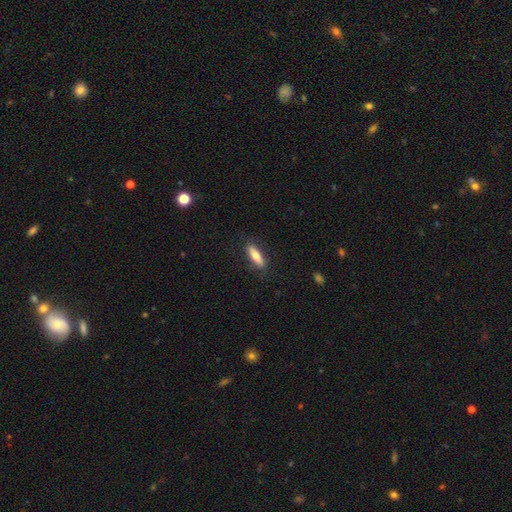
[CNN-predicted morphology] A smooth galaxy with no disk features (69%) that is cigar-shaped (61%).

Vote fractions:
- Smooth or featured? smooth: 69% / featured or disk: 26% / star or artifact: 6%
- How rounded? cigar-shaped: 61% / in between: 37% / round: 2%
- Merging? none: 87% / minor disturbance: 10% / major disturbance: 2% / merger: 1%